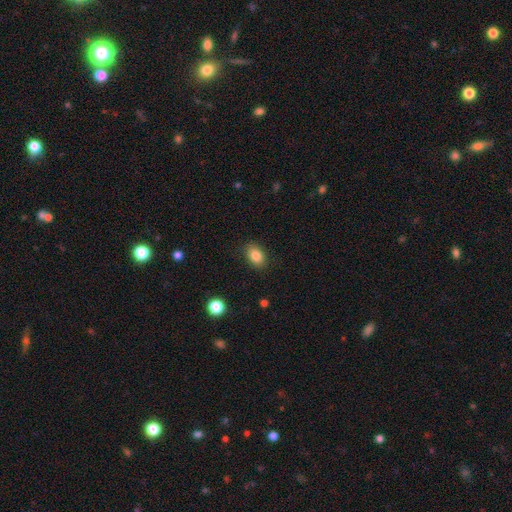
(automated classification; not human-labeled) A smooth galaxy with no disk features (85%) that is in between round and cigar-shaped (80%). Merging: none (87%).